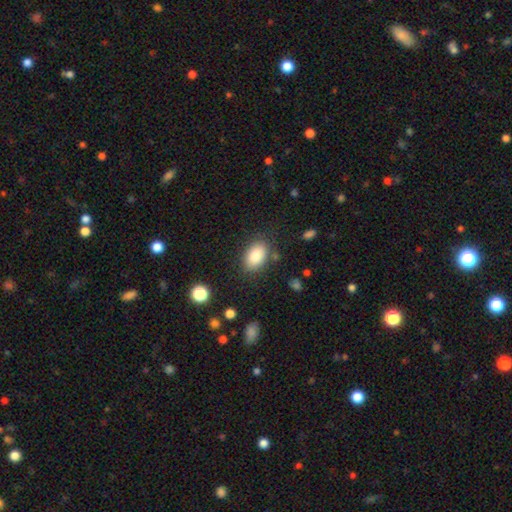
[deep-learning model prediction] Overall: smooth (86%). How rounded: in between (90%). Merging: none (81%).